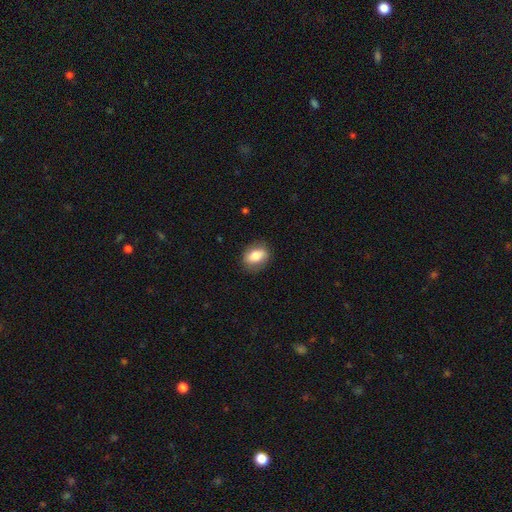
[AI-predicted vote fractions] Overall: smooth (78%). How rounded: in between (77%). Merging: none (83%).